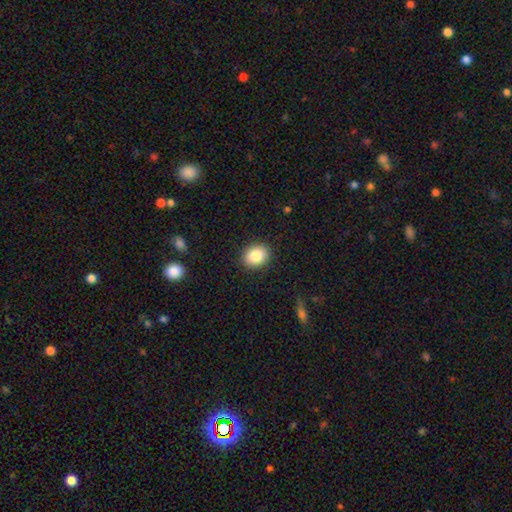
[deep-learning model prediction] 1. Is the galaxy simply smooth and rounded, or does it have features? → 85% smooth, 8% star or artifact, 7% featured or disk.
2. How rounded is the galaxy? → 50% round, 49% in between, 1% cigar-shaped.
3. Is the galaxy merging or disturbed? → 89% none, 7% minor disturbance, 2% major disturbance, 1% merger.